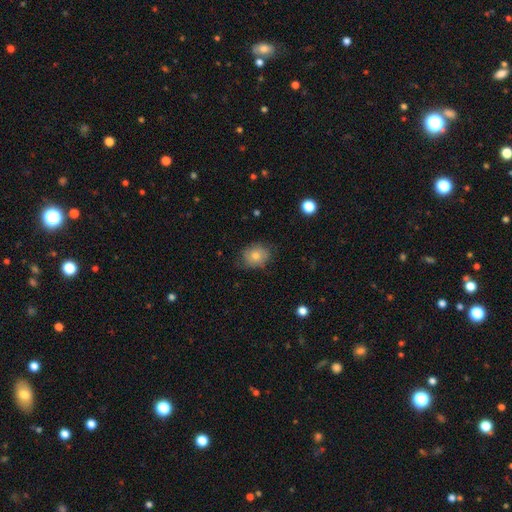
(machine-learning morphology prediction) Smooth or featured? smooth (68%)
How rounded? round (57%)
Merging? none (75%)